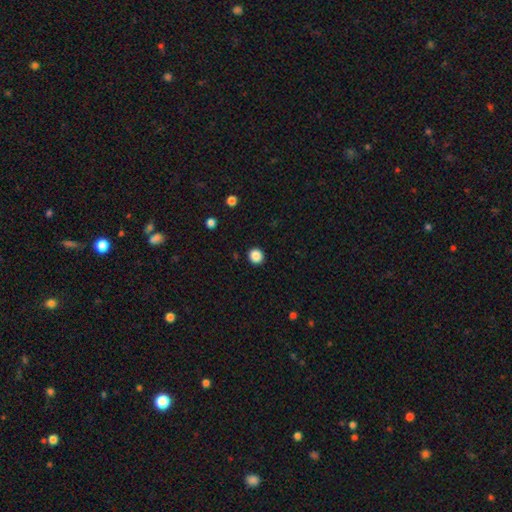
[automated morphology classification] Smooth or featured?
  - smooth: 87% *
  - star or artifact: 10%
  - featured or disk: 3%
How rounded?
  - round: 87% *
  - in between: 12%
  - cigar-shaped: 1%
Merging?
  - none: 92% *
  - minor disturbance: 5%
  - major disturbance: 2%
  - merger: 1%